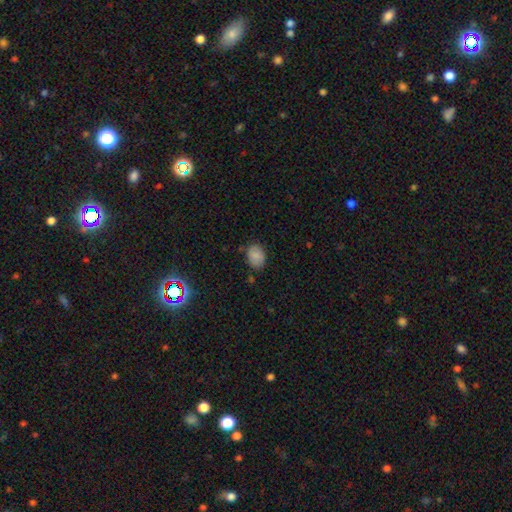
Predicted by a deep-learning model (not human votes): Q: Smooth or featured?
A: smooth (83%); runner-up: star or artifact (10%)
Q: How rounded?
A: in between (64%); runner-up: round (35%)
Q: Merging?
A: none (76%); runner-up: minor disturbance (17%)